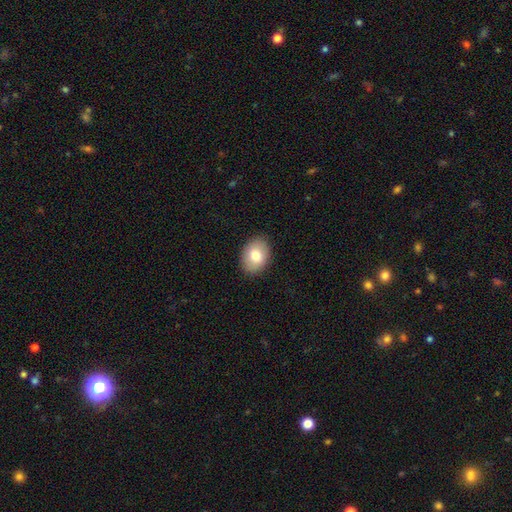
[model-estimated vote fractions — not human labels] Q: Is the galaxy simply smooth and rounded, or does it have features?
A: smooth — 80%.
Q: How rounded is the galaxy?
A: in between — 78%.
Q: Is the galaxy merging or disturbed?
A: none — 88%.